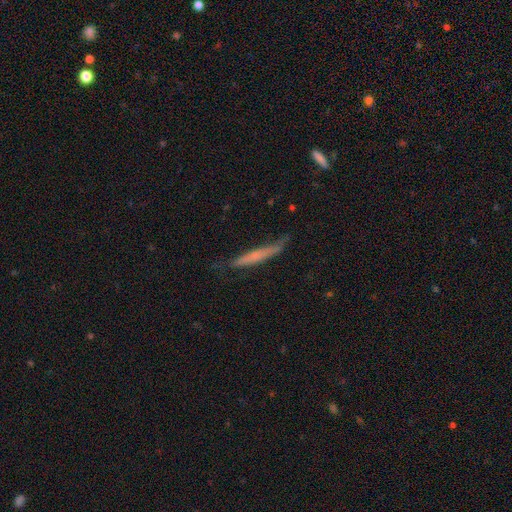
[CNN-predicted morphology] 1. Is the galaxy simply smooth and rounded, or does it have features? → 52% smooth, 40% featured or disk, 8% star or artifact.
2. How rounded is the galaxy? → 94% cigar-shaped, 4% in between, 2% round.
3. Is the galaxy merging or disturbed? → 59% none, 28% minor disturbance, 10% major disturbance, 3% merger.